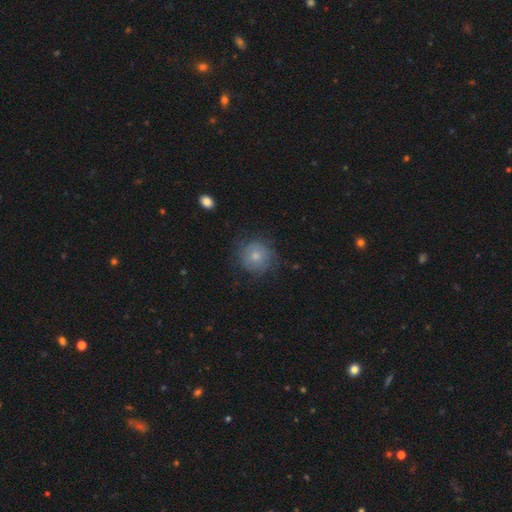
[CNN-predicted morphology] The model was most divided on "smooth or featured": smooth: 66%, featured or disk: 24%, star or artifact: 10%. More confident: how rounded — round (91%); merging — none (70%).